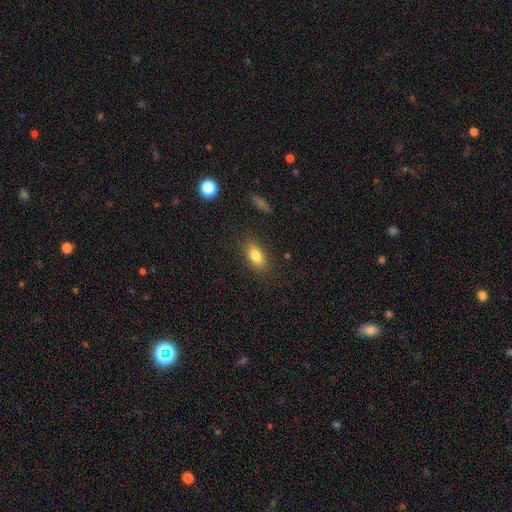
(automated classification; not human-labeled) A smooth galaxy with no disk features (82%) that is in between round and cigar-shaped (85%).

Vote fractions:
- Smooth or featured? smooth: 82% / featured or disk: 10% / star or artifact: 9%
- How rounded? in between: 85% / cigar-shaped: 8% / round: 7%
- Merging? none: 85% / minor disturbance: 11% / major disturbance: 3% / merger: 1%